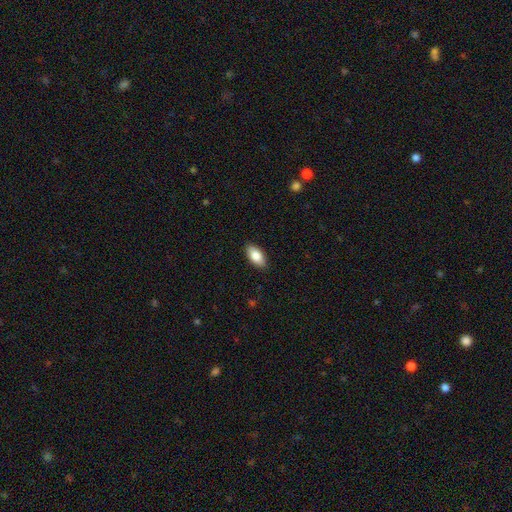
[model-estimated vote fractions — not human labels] Smooth or featured?
  - smooth: 85% *
  - featured or disk: 8%
  - star or artifact: 6%
How rounded?
  - in between: 92% *
  - cigar-shaped: 5%
  - round: 3%
Merging?
  - none: 89% *
  - minor disturbance: 8%
  - major disturbance: 2%
  - merger: 1%